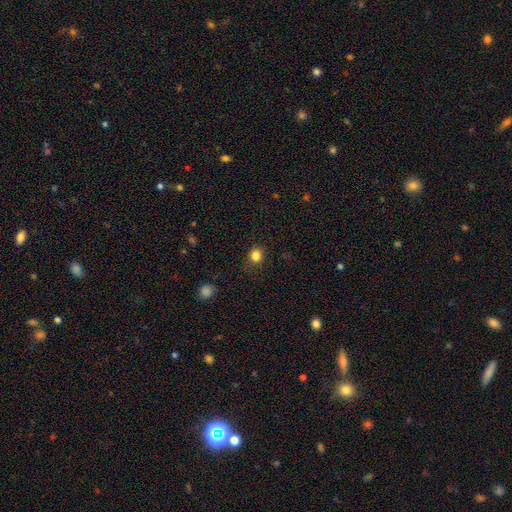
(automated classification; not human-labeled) smooth-or-featured: smooth: 84% | star or artifact: 13% | featured or disk: 4%
  how-rounded: round: 80% | in between: 19% | cigar-shaped: 1%
  merging: none: 82% | minor disturbance: 13% | major disturbance: 4% | merger: 1%